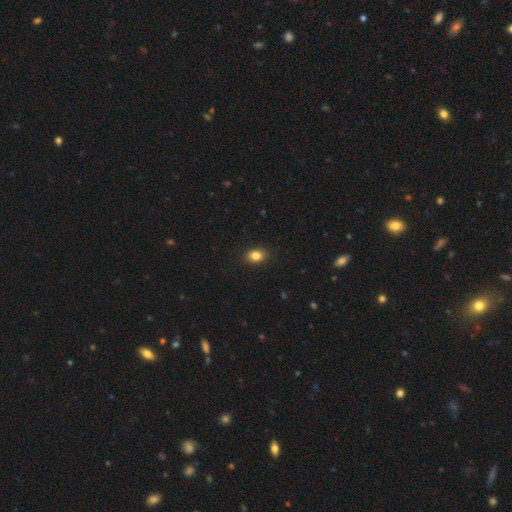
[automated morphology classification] Smooth or featured? Predicted: smooth (p=0.85). How rounded? Predicted: in between (p=0.67). Merging? Predicted: none (p=0.88).